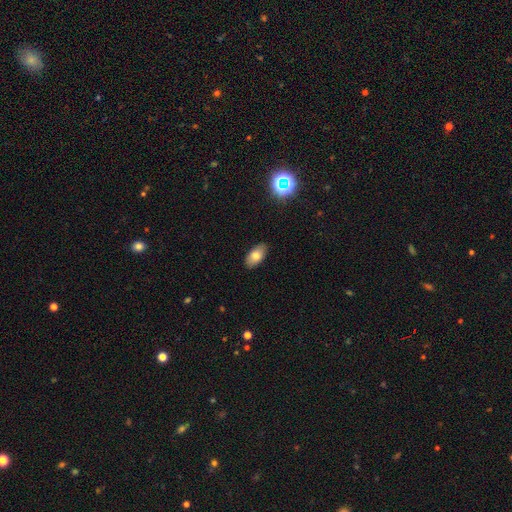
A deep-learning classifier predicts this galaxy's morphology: smooth-or-featured: smooth: 77% | featured or disk: 13% | star or artifact: 9%
  how-rounded: in between: 92% | round: 4% | cigar-shaped: 3%
  merging: none: 88% | minor disturbance: 10% | major disturbance: 2% | merger: 1%